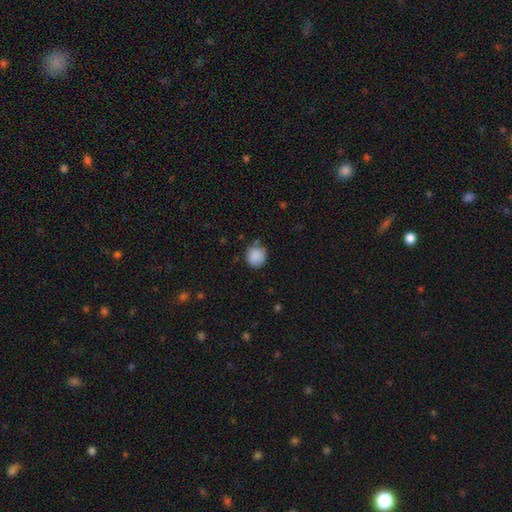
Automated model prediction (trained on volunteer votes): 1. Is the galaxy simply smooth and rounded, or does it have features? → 88% smooth, 8% star or artifact, 4% featured or disk.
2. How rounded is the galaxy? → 82% round, 17% in between, 1% cigar-shaped.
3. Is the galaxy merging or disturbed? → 75% none, 18% minor disturbance, 4% major disturbance, 3% merger.